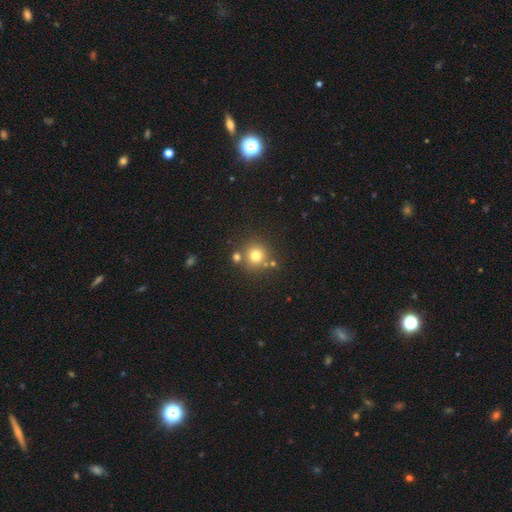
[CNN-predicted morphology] type=smooth (75%); roundness=round (92%); merging=none (75%).